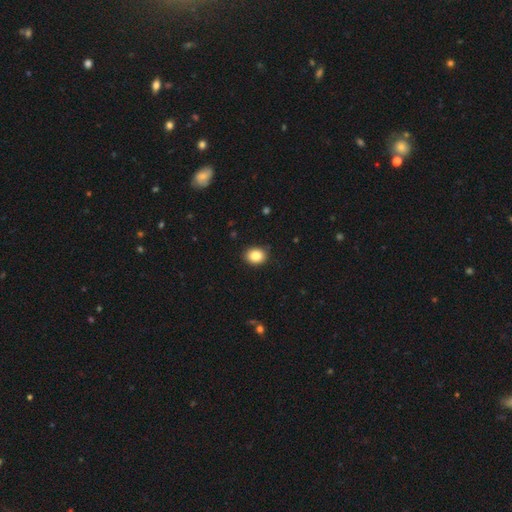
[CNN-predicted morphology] smooth_or_featured: smooth (p=0.86) [alt: star or artifact p=0.09]
how_rounded: round (p=0.55) [alt: in between p=0.44]
merging: none (p=0.88) [alt: minor disturbance p=0.09]